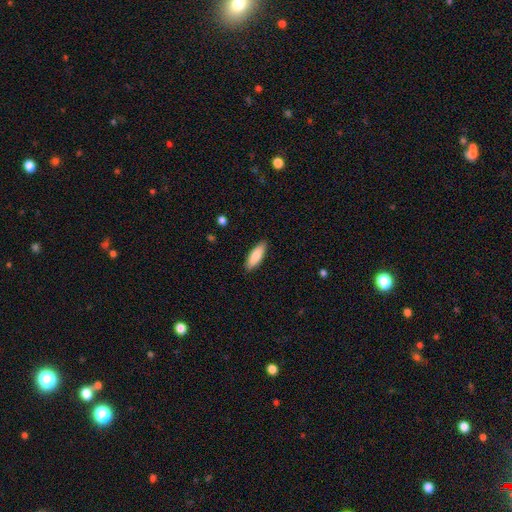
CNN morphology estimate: Smooth or featured?
  - smooth: 85% *
  - featured or disk: 10%
  - star or artifact: 5%
How rounded?
  - in between: 60% *
  - cigar-shaped: 38%
  - round: 2%
Merging?
  - none: 89% *
  - minor disturbance: 9%
  - major disturbance: 2%
  - merger: 1%